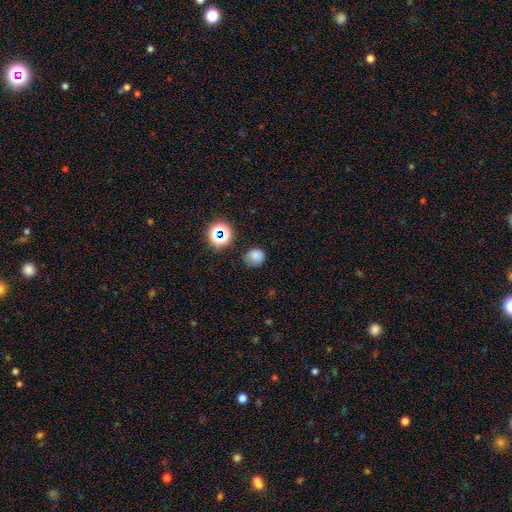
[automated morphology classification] This is likely a smooth galaxy (75%). How rounded: likely round (74%). Merging: likely none (66%).